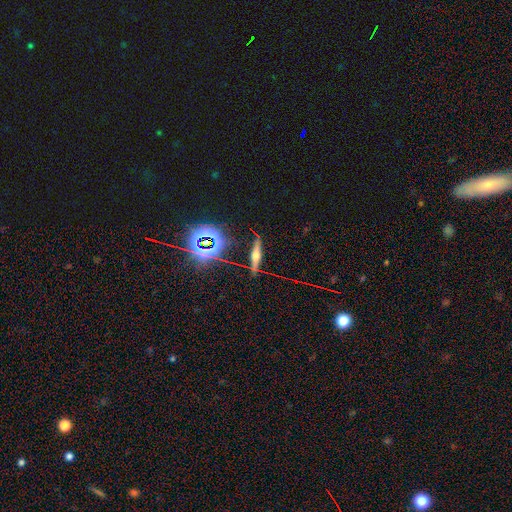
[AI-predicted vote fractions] smooth_or_featured: featured or disk (p=0.53) [alt: smooth p=0.26]
disk_edge_on: yes (p=0.93) [alt: no p=0.07]
merging: none (p=0.83) [alt: minor disturbance p=0.11]